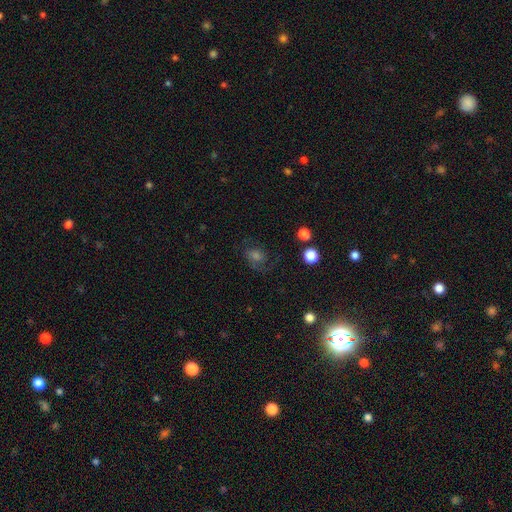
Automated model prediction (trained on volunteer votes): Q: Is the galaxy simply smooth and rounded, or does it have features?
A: featured or disk — 41%.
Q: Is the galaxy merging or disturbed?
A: none — 66%.